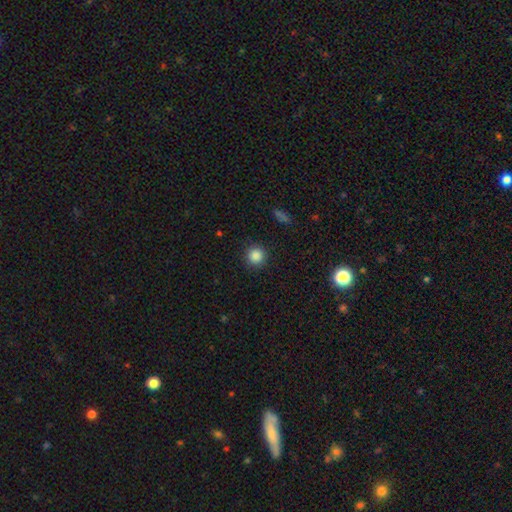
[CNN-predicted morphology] This is clearly a smooth galaxy (86%). How rounded: clearly round (94%). Merging: clearly none (90%).